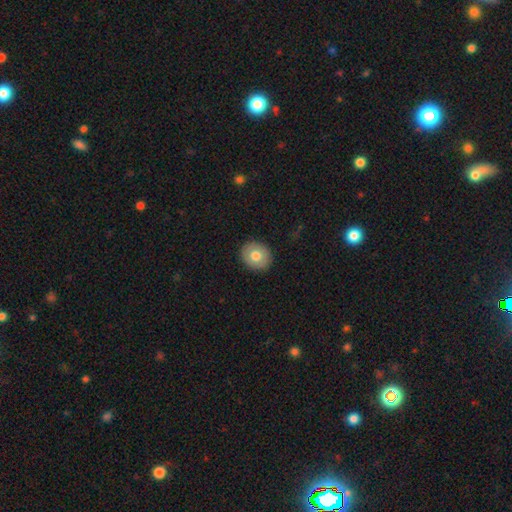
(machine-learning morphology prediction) type=smooth (72%); roundness=round (66%); merging=none (90%).